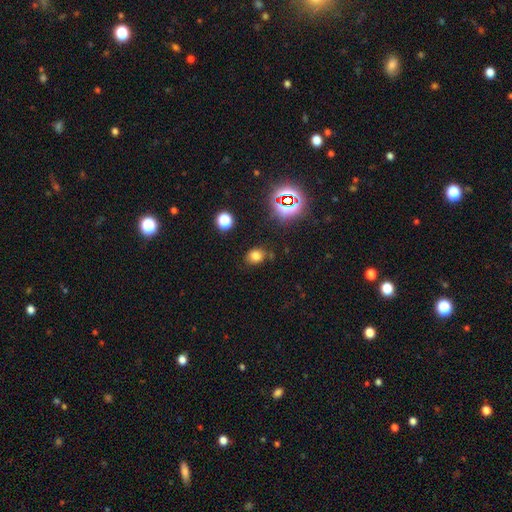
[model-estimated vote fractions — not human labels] Smooth or featured? Predicted: smooth (p=0.73). How rounded? Predicted: round (p=0.51). Merging? Predicted: none (p=0.76).